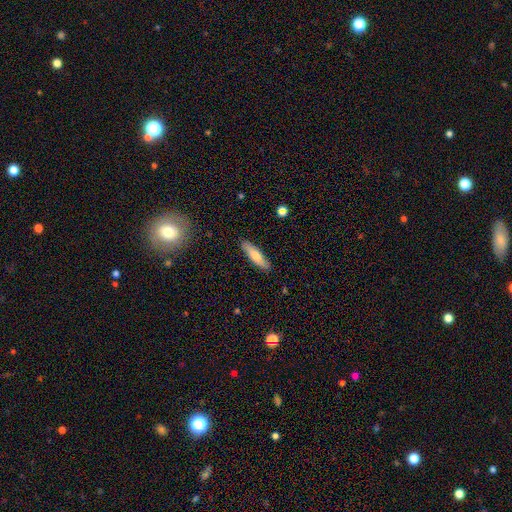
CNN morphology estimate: A smooth galaxy with no disk features (73%) that is cigar-shaped (69%).

Vote fractions:
- Smooth or featured? smooth: 73% / featured or disk: 21% / star or artifact: 6%
- How rounded? cigar-shaped: 69% / in between: 30% / round: 2%
- Merging? none: 88% / minor disturbance: 9% / major disturbance: 2% / merger: 1%